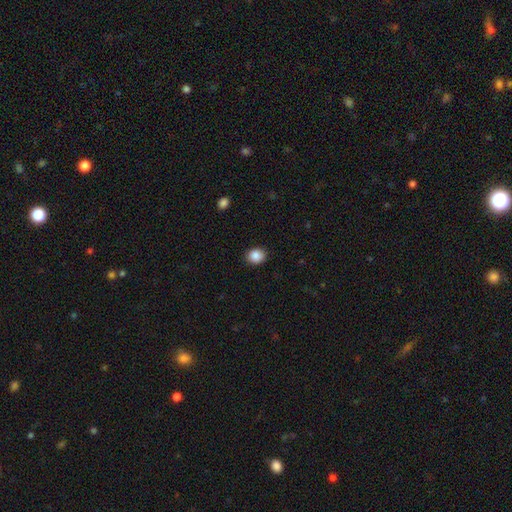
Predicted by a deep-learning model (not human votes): Q: Smooth or featured?
A: smooth (88%); runner-up: star or artifact (9%)
Q: How rounded?
A: round (69%); runner-up: in between (30%)
Q: Merging?
A: none (89%); runner-up: minor disturbance (8%)